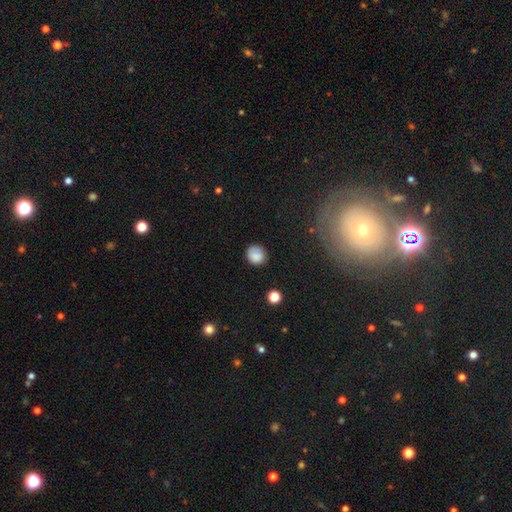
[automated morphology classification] smooth-or-featured: smooth: 82% | star or artifact: 9% | featured or disk: 8%
  how-rounded: round: 85% | in between: 14% | cigar-shaped: 1%
  merging: none: 75% | minor disturbance: 18% | major disturbance: 5% | merger: 2%